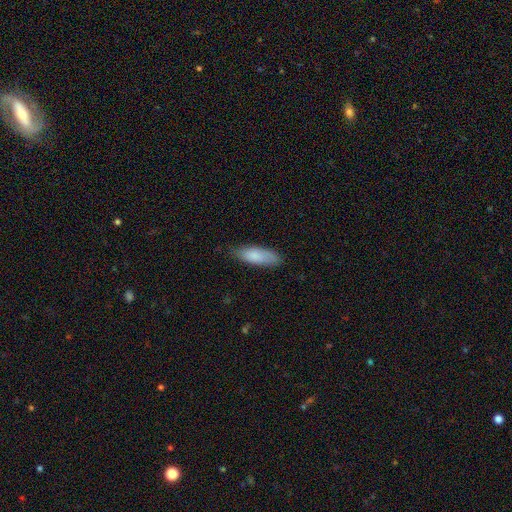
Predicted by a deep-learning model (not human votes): smooth_or_featured: smooth (p=0.83) [alt: featured or disk p=0.11]
how_rounded: in between (p=0.63) [alt: cigar-shaped p=0.35]
merging: none (p=0.75) [alt: minor disturbance p=0.20]